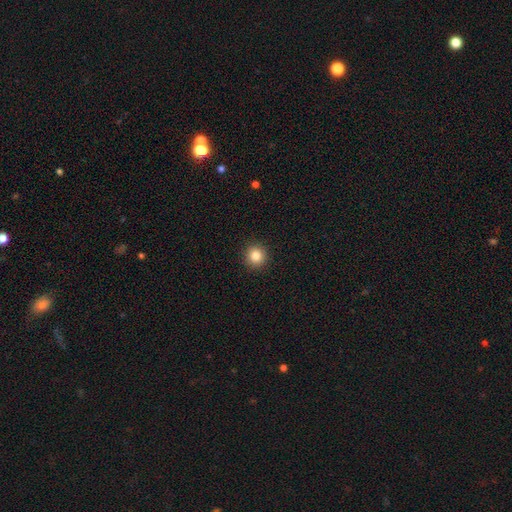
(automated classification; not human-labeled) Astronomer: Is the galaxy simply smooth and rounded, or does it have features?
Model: smooth — 84%.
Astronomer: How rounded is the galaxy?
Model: round — 93%.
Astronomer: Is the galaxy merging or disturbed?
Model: none — 92%.